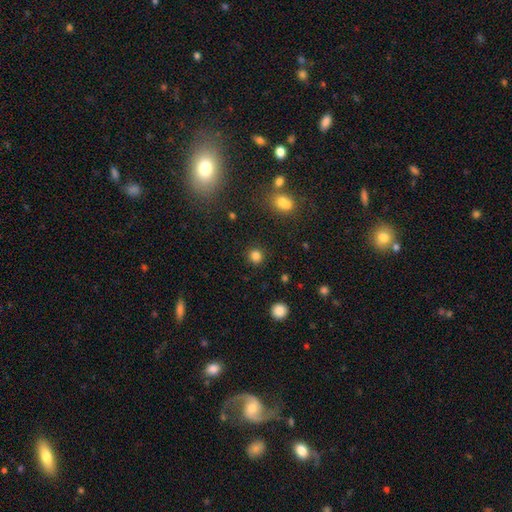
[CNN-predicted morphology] Q: Smooth or featured?
A: smooth (82%); runner-up: star or artifact (13%)
Q: How rounded?
A: round (90%); runner-up: in between (9%)
Q: Merging?
A: none (89%); runner-up: minor disturbance (7%)